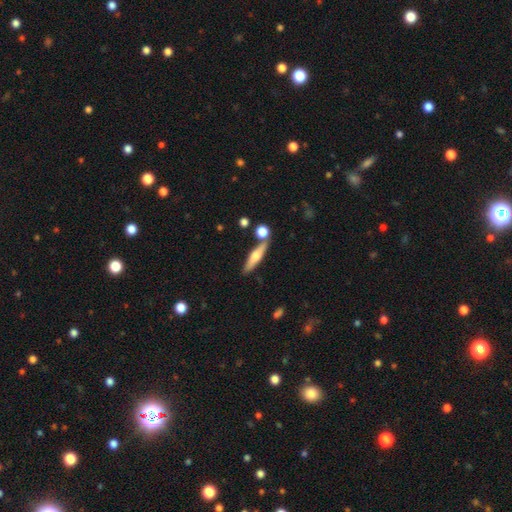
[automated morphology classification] This appears to be a featured or disk galaxy (47%). Merging: none (75%).